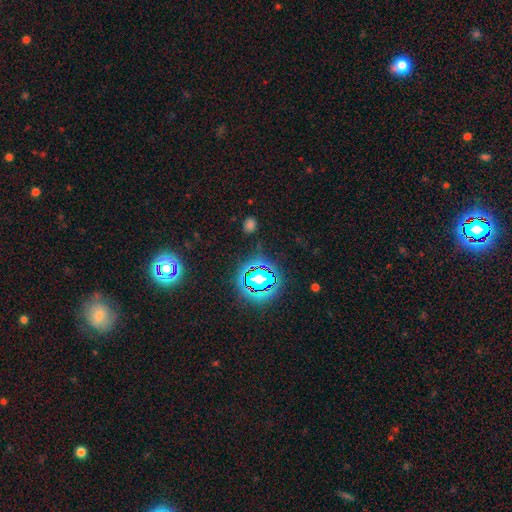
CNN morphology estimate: This appears to be a star or artifact, not a galaxy (78%).